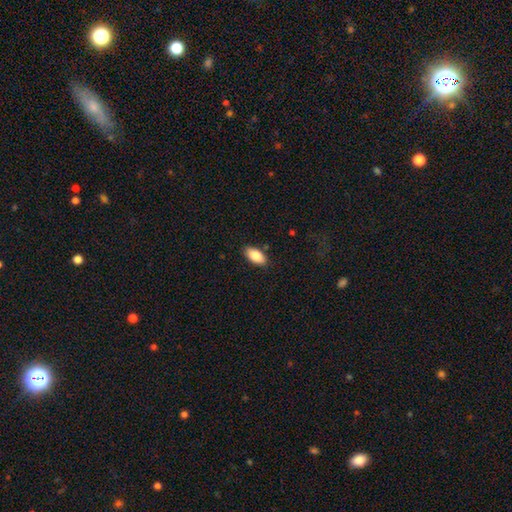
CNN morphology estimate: type=smooth (85%); roundness=in between (92%); merging=none (87%).